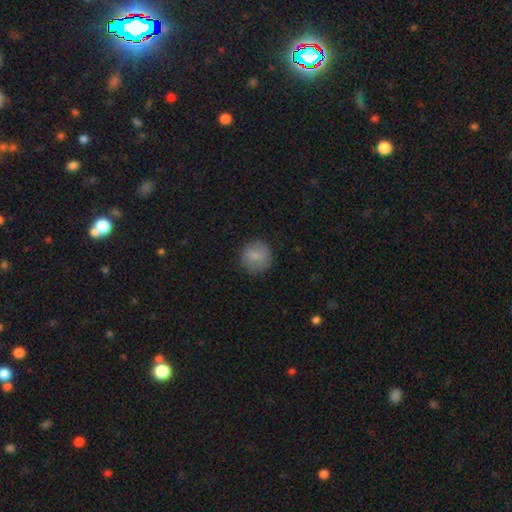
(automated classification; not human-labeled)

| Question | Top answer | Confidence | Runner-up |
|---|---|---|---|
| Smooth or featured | smooth | 78% | featured or disk (14%) |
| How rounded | round | 90% | in between (8%) |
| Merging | none | 82% | minor disturbance (12%) |